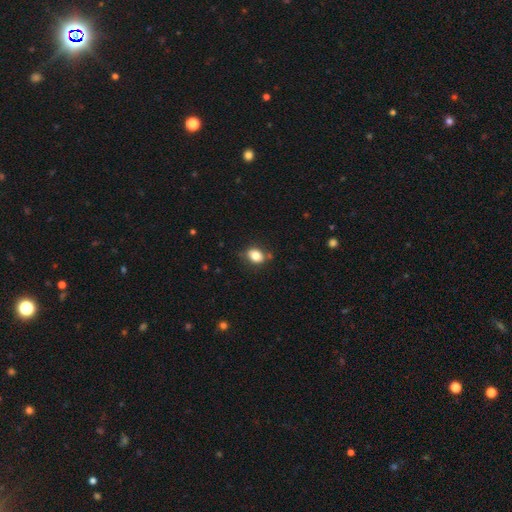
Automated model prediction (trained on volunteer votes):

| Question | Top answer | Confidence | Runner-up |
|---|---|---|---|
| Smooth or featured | smooth | 81% | star or artifact (9%) |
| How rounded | in between | 62% | round (37%) |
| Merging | none | 75% | minor disturbance (17%) |